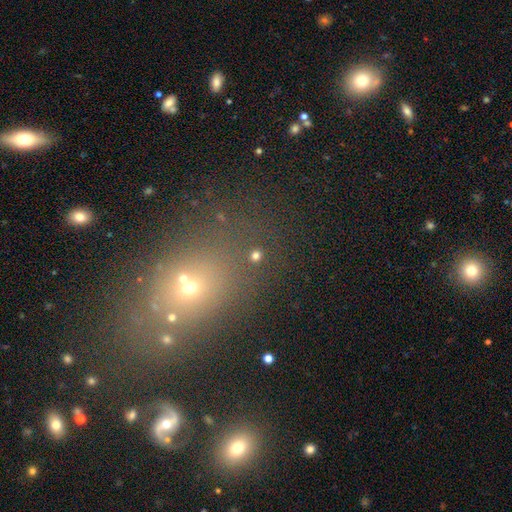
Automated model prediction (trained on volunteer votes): Q: Smooth or featured?
A: smooth (73%); runner-up: star or artifact (21%)
Q: How rounded?
A: round (89%); runner-up: in between (9%)
Q: Merging?
A: none (86%); runner-up: minor disturbance (6%)